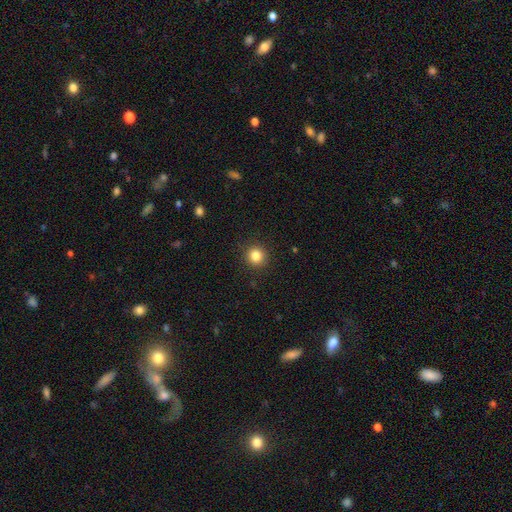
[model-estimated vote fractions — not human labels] Q: Smooth or featured?
A: smooth (84%); runner-up: star or artifact (11%)
Q: How rounded?
A: round (92%); runner-up: in between (7%)
Q: Merging?
A: none (92%); runner-up: minor disturbance (5%)